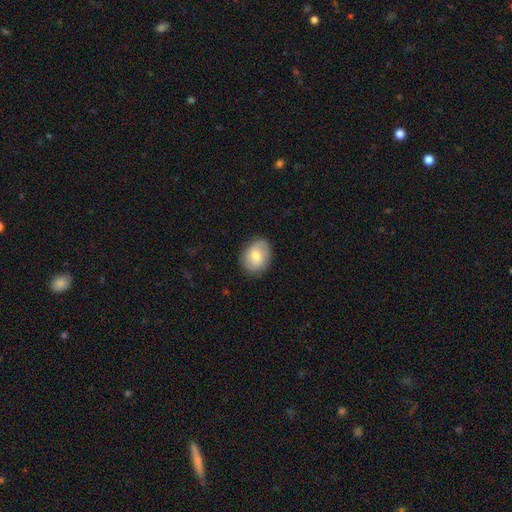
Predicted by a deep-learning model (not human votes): Q: Smooth or featured?
A: smooth (63%); runner-up: featured or disk (30%)
Q: How rounded?
A: in between (60%); runner-up: round (39%)
Q: Merging?
A: none (83%); runner-up: minor disturbance (13%)